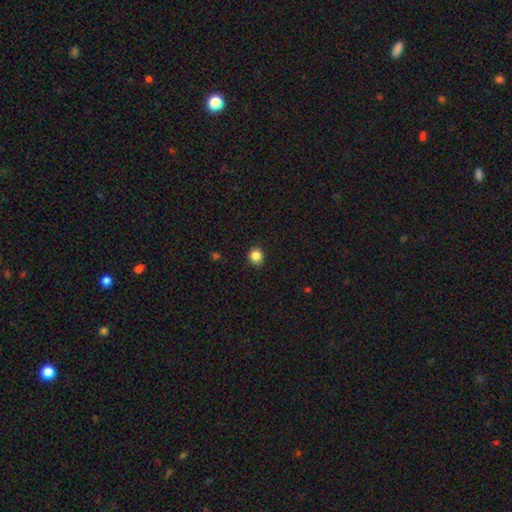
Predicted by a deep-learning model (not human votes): smooth_or_featured: smooth (p=0.86) [alt: star or artifact p=0.11]
how_rounded: round (p=0.88) [alt: in between p=0.11]
merging: none (p=0.92) [alt: minor disturbance p=0.06]